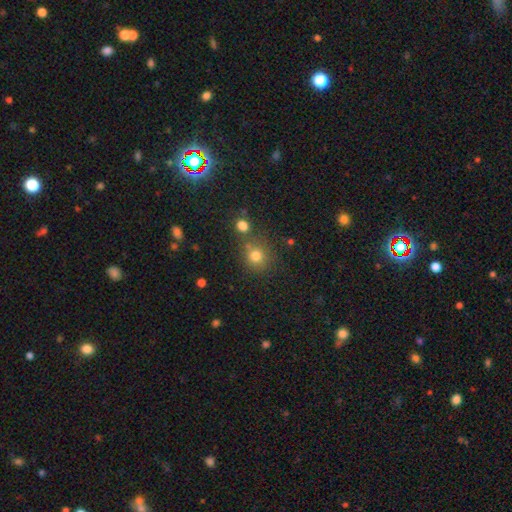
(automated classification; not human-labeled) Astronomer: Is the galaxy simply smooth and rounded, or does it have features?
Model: smooth — 77%.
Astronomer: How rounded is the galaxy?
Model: round — 88%.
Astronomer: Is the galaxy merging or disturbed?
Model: none — 69%.